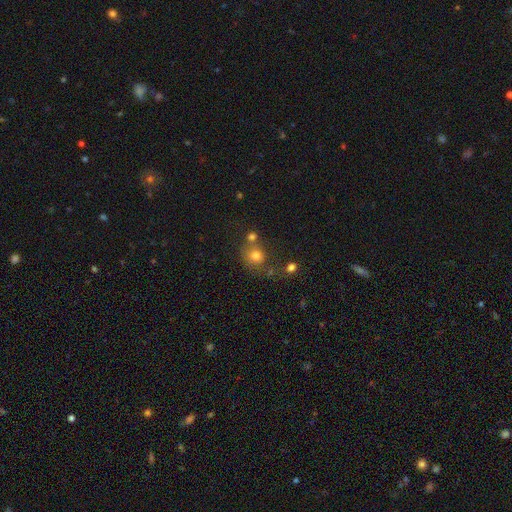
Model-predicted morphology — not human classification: A smooth galaxy with no disk features (75%) that is round (79%).

Vote fractions:
- Smooth or featured? smooth: 75% / star or artifact: 14% / featured or disk: 10%
- How rounded? round: 79% / in between: 20% / cigar-shaped: 1%
- Merging? none: 53% / merger: 25% / minor disturbance: 14% / major disturbance: 8%